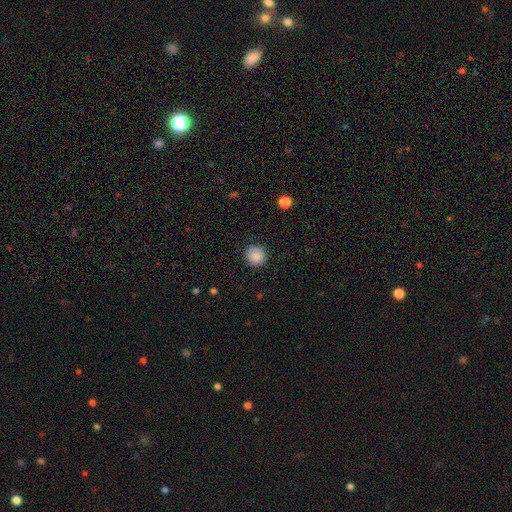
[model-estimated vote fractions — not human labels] smooth_or_featured: smooth (p=0.88) [alt: star or artifact p=0.09]
how_rounded: round (p=0.94) [alt: in between p=0.05]
merging: none (p=0.90) [alt: minor disturbance p=0.07]